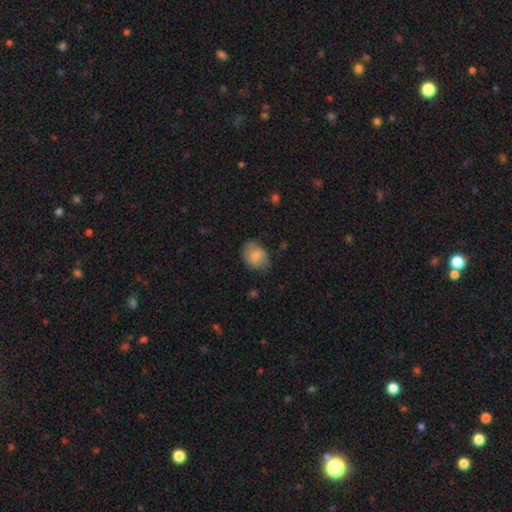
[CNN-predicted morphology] Q: Smooth or featured?
A: smooth (77%); runner-up: featured or disk (16%)
Q: How rounded?
A: in between (64%); runner-up: round (35%)
Q: Merging?
A: none (64%); runner-up: minor disturbance (28%)